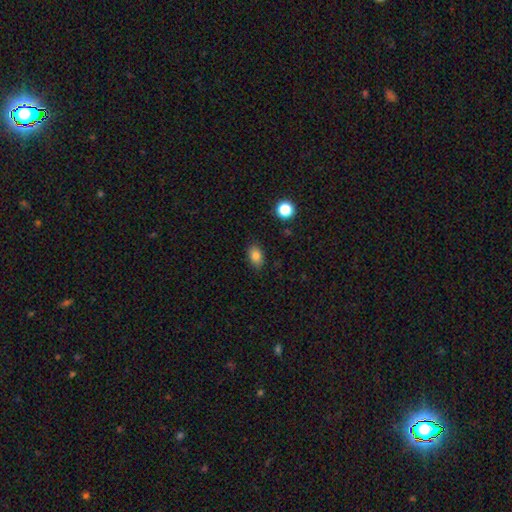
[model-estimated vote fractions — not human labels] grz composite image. It shows a smooth galaxy with no disk features (82%) that is in between round and cigar-shaped (80%). Merging: none (85%).